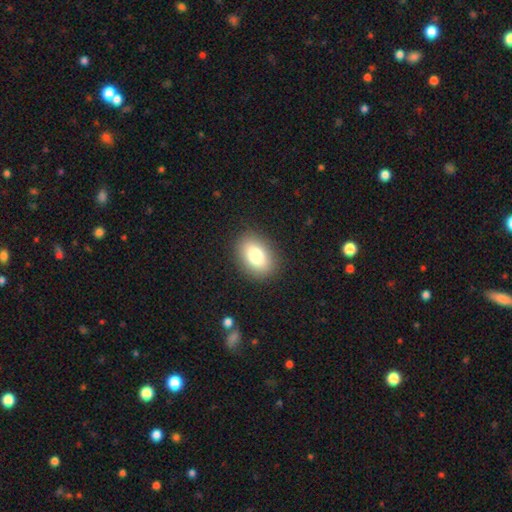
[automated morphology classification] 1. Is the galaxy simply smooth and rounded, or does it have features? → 81% smooth, 10% featured or disk, 9% star or artifact.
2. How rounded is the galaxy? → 81% in between, 18% round, 1% cigar-shaped.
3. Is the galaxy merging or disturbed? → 88% none, 8% minor disturbance, 3% major disturbance, 1% merger.